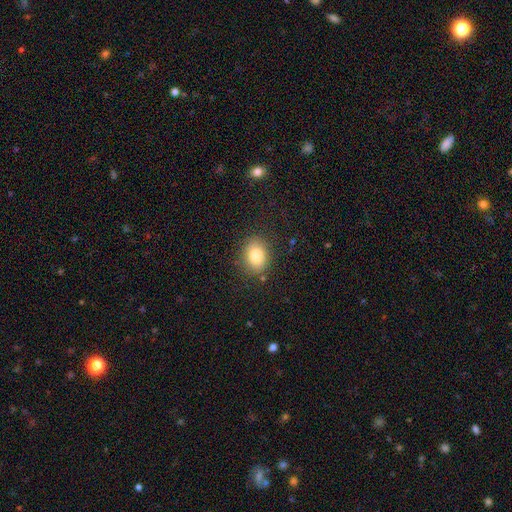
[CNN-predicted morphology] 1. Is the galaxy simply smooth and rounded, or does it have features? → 82% smooth, 10% star or artifact, 8% featured or disk.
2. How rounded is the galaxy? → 57% in between, 42% round, 1% cigar-shaped.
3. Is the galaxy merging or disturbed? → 84% none, 11% minor disturbance, 3% major disturbance, 2% merger.